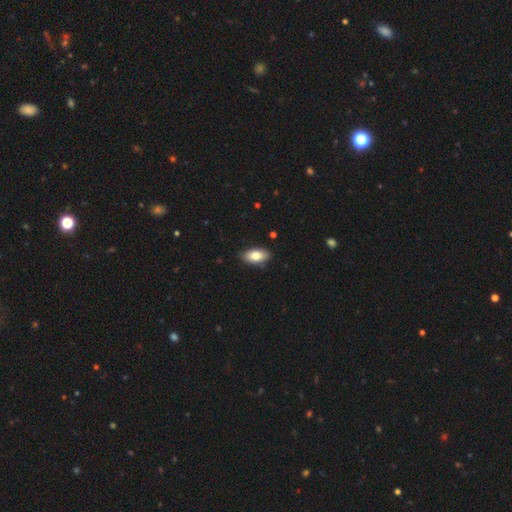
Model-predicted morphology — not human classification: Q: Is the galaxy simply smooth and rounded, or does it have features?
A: smooth — 80%.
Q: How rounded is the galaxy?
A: in between — 91%.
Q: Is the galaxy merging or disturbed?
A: none — 87%.